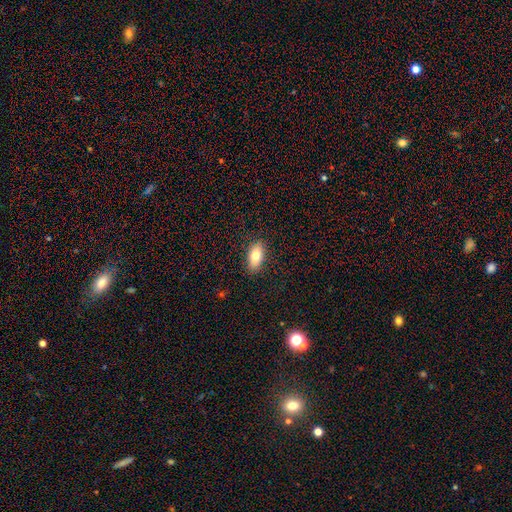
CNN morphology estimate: Overall: smooth (78%). How rounded: in between (89%). Merging: none (88%).